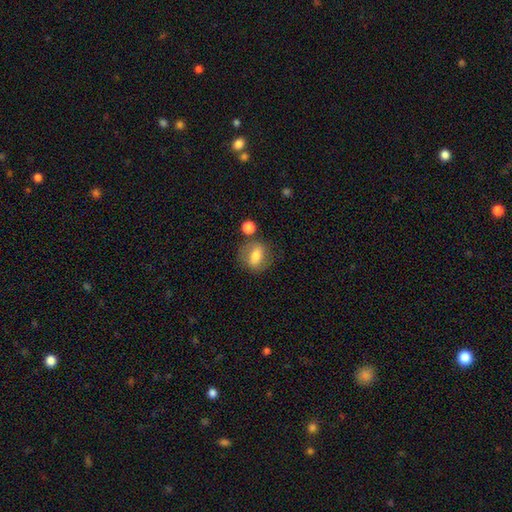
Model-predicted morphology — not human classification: This is likely a smooth galaxy (70%). How rounded: possibly in between (58%). Merging: likely none (70%).